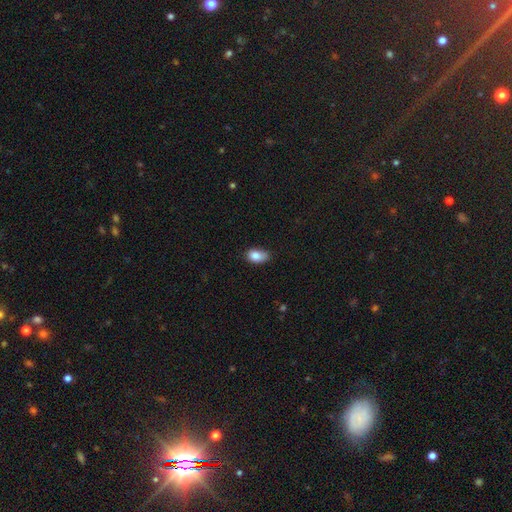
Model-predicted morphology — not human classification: type=smooth (84%); roundness=in between (88%); merging=none (61%).